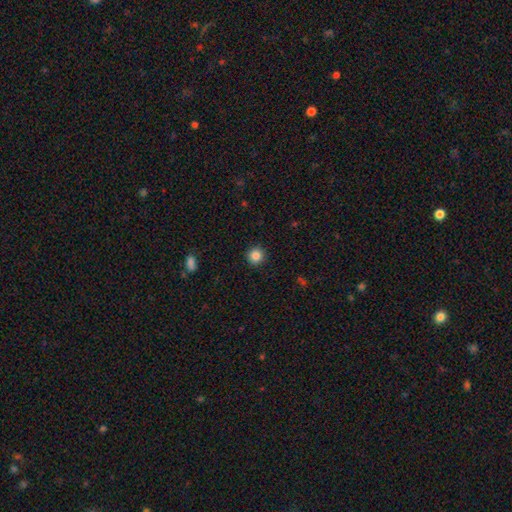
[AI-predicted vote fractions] This is clearly a smooth galaxy (85%). How rounded: clearly round (95%). Merging: clearly none (92%).